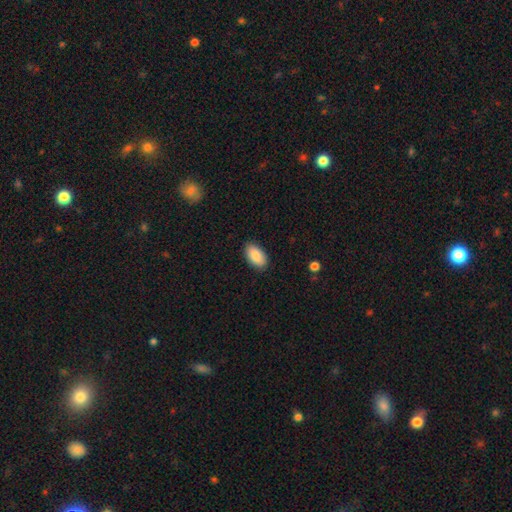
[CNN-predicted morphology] smooth_or_featured: smooth (p=0.88) [alt: star or artifact p=0.06]
how_rounded: in between (p=0.95) [alt: round p=0.03]
merging: none (p=0.88) [alt: minor disturbance p=0.09]